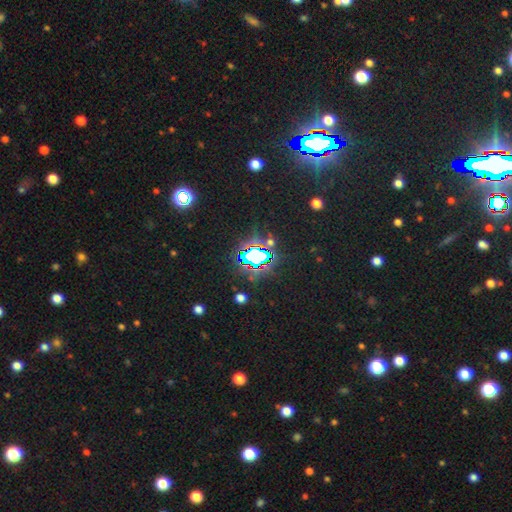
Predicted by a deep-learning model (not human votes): star or artifact 72%, smooth 17%, featured or disk 11%.